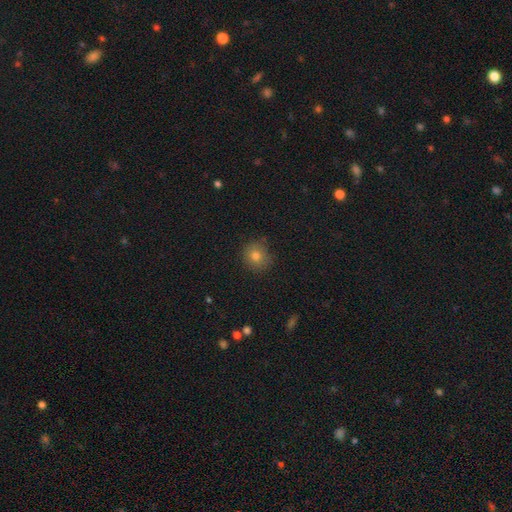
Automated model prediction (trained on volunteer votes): Smooth or featured: smooth — 78% (star or artifact — 13%)
How rounded: round — 84% (in between — 15%)
Merging: none — 82% (minor disturbance — 13%)